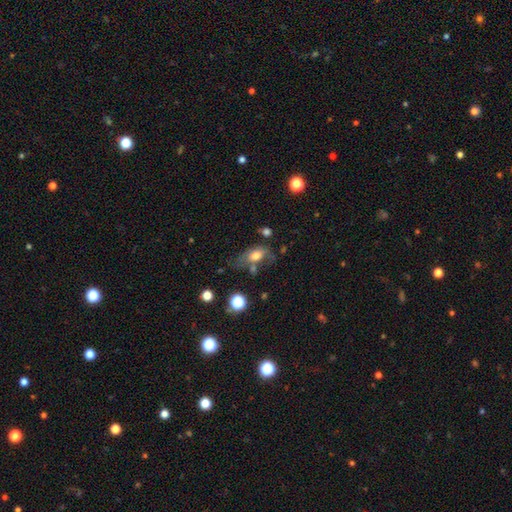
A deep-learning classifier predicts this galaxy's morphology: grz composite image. It shows a smooth galaxy with no disk features (69%) that is in between round and cigar-shaped (85%). Merging: none (39%).